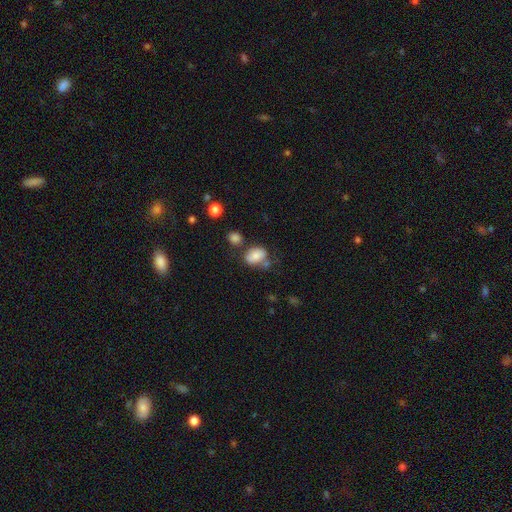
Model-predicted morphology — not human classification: A smooth galaxy with no disk features (76%) that is in between round and cigar-shaped (70%). Merging: none (53%).